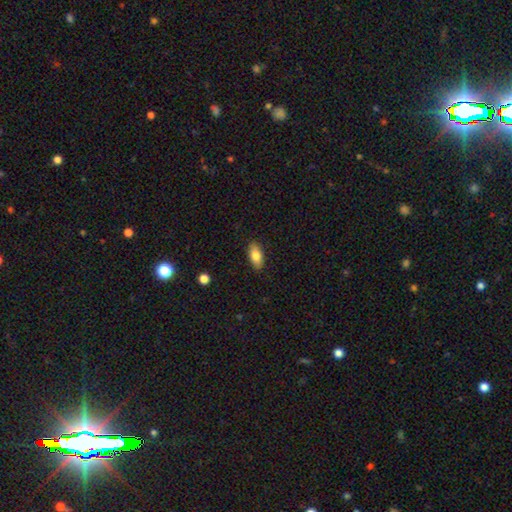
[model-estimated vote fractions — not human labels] Smooth or featured? smooth (81%)
How rounded? in between (86%)
Merging? none (88%)